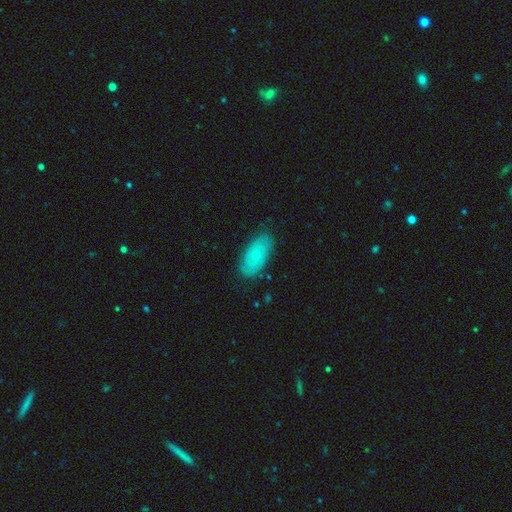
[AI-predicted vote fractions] Overall: smooth (59%; featured or disk 33%). How rounded: in between (92%). Merging: none (80%).